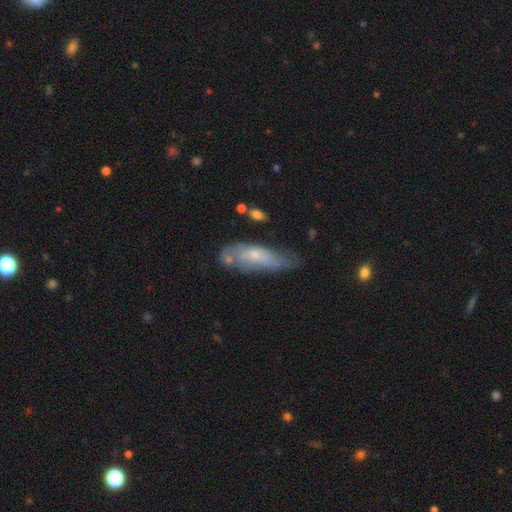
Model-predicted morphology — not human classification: Smooth or featured? smooth (50%)
Merging? none (36%)